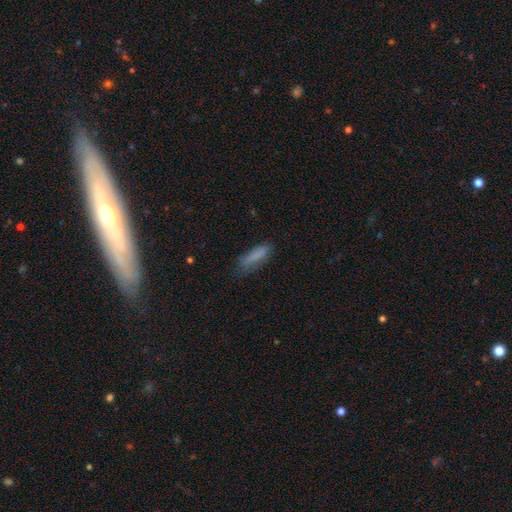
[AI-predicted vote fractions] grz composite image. It shows a smooth galaxy with no disk features (82%) that is cigar-shaped (67%). Merging: none (67%).